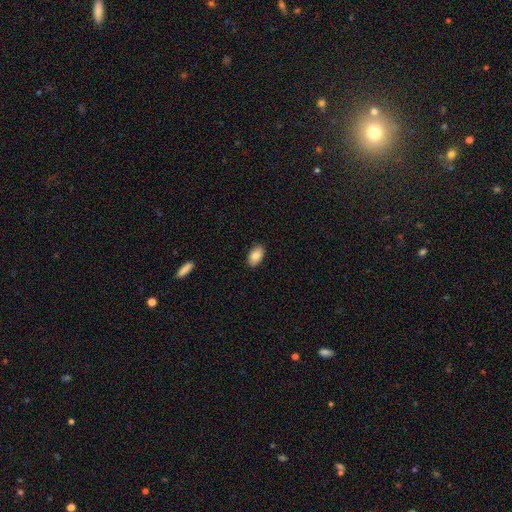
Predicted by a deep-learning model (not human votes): Smooth or featured: smooth — 86% (star or artifact — 7%)
How rounded: in between — 92% (round — 6%)
Merging: none — 89% (minor disturbance — 8%)